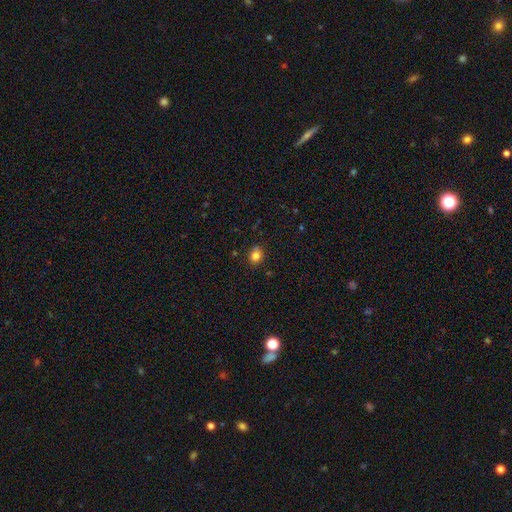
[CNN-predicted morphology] The model was most divided on "how rounded": round: 61%, in between: 38%, cigar-shaped: 1%. More confident: merging — none (84%); smooth or featured — smooth (83%).